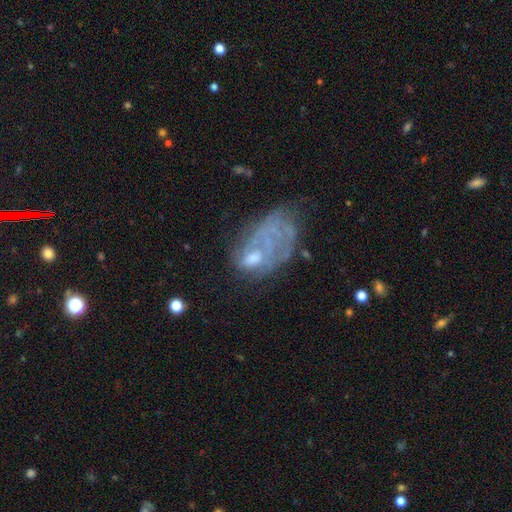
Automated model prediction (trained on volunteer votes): This appears to be a featured or disk galaxy (60%) with no bar (82%), no spiral arms (67%) and no central bulge (43%). Merging: major disturbance (41%).